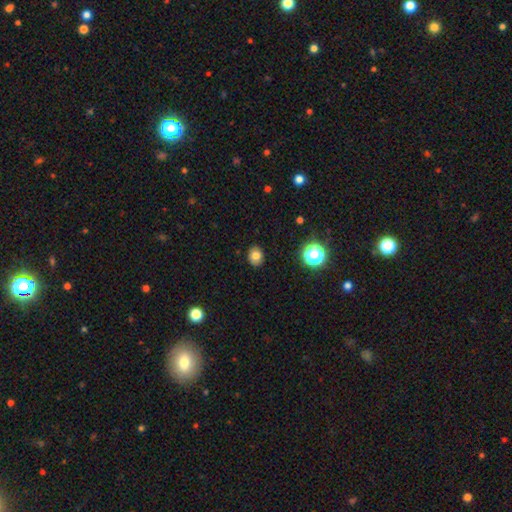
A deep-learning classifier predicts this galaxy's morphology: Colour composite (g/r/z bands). It shows a smooth galaxy with no disk features (80%) that is round (52%). Merging: none (89%).